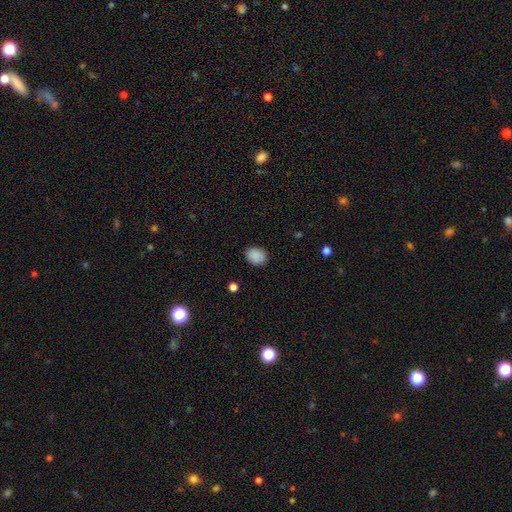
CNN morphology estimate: The model was most divided on "how rounded": in between: 60%, round: 39%, cigar-shaped: 1%. More confident: smooth or featured — smooth (89%); merging — none (86%).